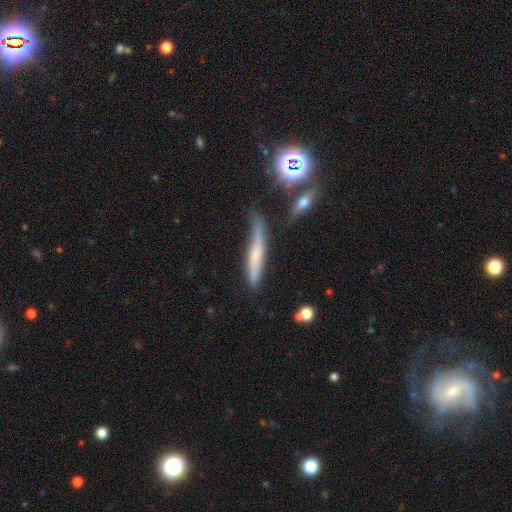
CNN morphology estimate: smooth 48%, featured or disk 40%, star or artifact 11%. Down the decision tree: merging — none (60%).